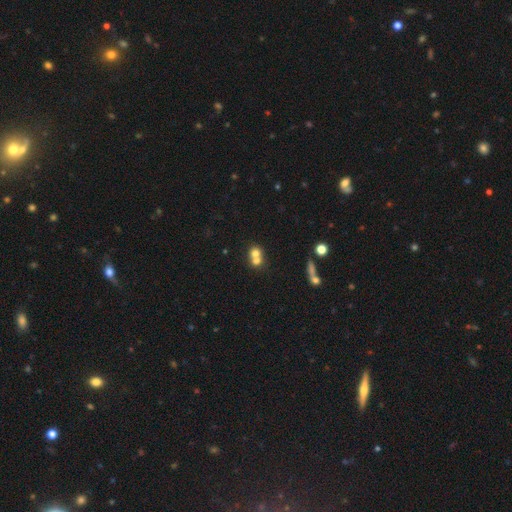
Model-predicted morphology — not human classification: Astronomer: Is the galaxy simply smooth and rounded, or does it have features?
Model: smooth — 69%.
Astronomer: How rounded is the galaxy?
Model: round — 79%.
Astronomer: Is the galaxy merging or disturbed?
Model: merger — 61%.